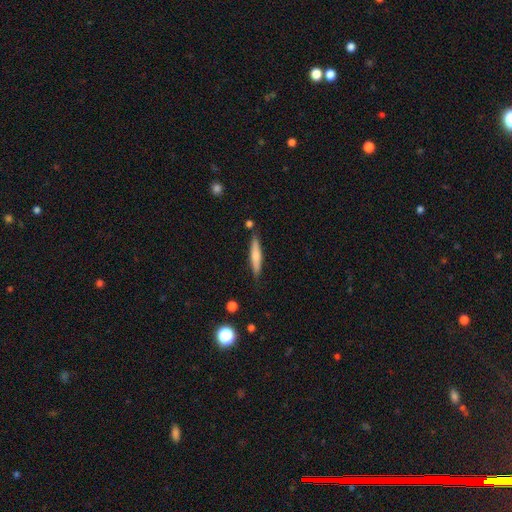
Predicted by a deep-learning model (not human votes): Q: Smooth or featured?
A: smooth (62%); runner-up: featured or disk (32%)
Q: How rounded?
A: cigar-shaped (87%); runner-up: in between (11%)
Q: Merging?
A: none (81%); runner-up: minor disturbance (13%)